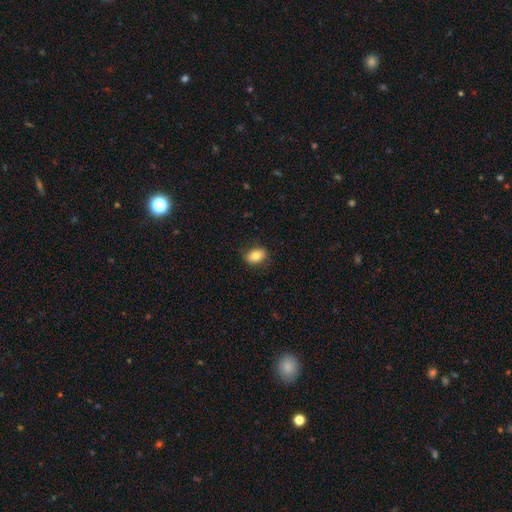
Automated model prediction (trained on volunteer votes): smooth-or-featured: smooth: 79% | featured or disk: 14% | star or artifact: 8%
  how-rounded: in between: 82% | round: 17% | cigar-shaped: 2%
  merging: none: 81% | minor disturbance: 14% | major disturbance: 3% | merger: 1%